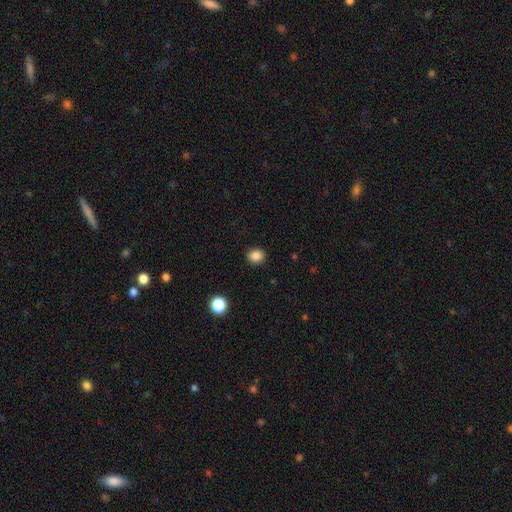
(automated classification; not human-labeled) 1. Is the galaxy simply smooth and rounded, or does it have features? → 86% smooth, 11% star or artifact, 4% featured or disk.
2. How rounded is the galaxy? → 71% round, 28% in between, 1% cigar-shaped.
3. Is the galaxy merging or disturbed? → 90% none, 7% minor disturbance, 2% major disturbance, 1% merger.